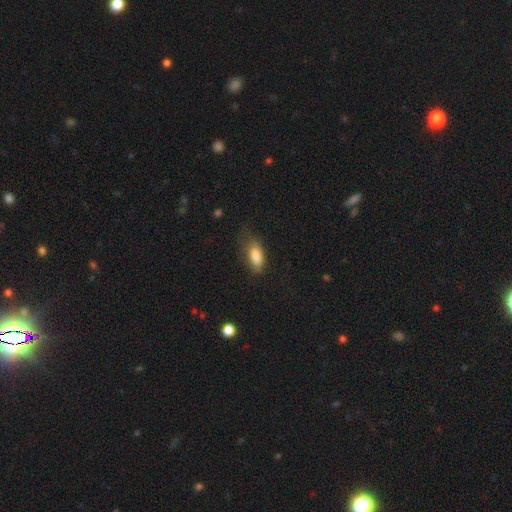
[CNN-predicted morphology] Smooth or featured? Predicted: smooth (p=0.83). How rounded? Predicted: in between (p=0.87). Merging? Predicted: none (p=0.56).